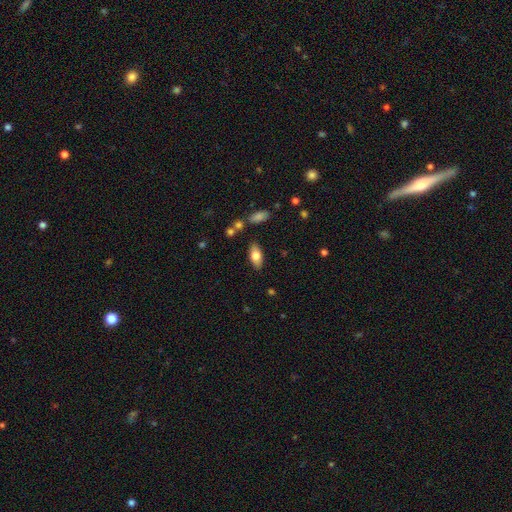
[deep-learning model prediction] The model was most divided on "smooth or featured": smooth: 75%, featured or disk: 18%, star or artifact: 7%. More confident: how rounded — in between (87%); merging — none (84%).